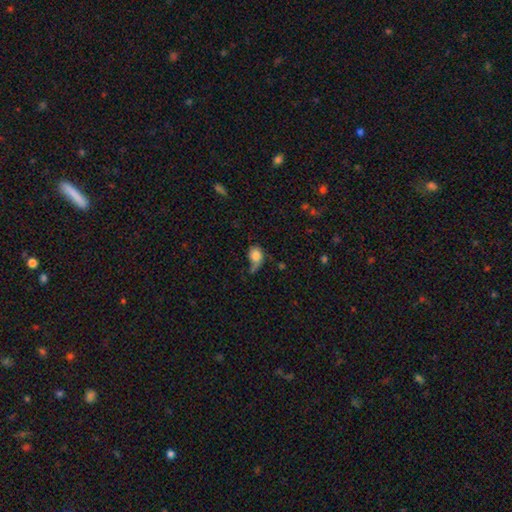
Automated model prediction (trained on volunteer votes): Smooth or featured? Predicted: smooth (p=0.77). How rounded? Predicted: in between (p=0.55). Merging? Predicted: minor disturbance (p=0.31, tied with none).